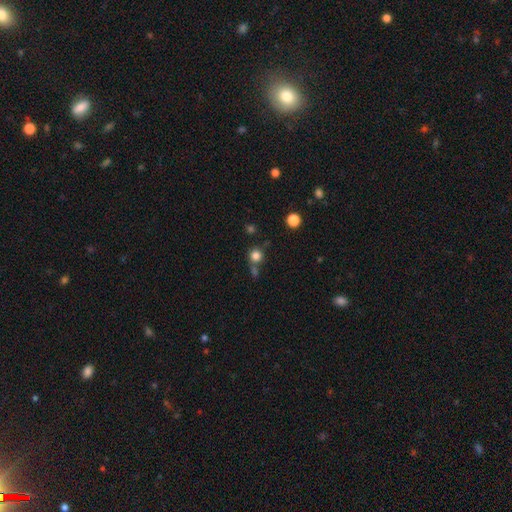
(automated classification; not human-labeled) Smooth or featured? Predicted: smooth (p=0.80). How rounded? Predicted: round (p=0.91). Merging? Predicted: none (p=0.64).